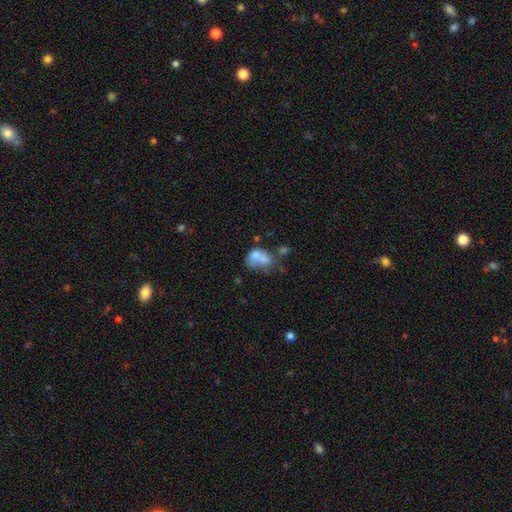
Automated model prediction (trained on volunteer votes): The model was most divided on "merging": merger: 35%, major disturbance: 27%, none: 19%, minor disturbance: 19%. More confident: how rounded — in between (77%); smooth or featured — smooth (66%).